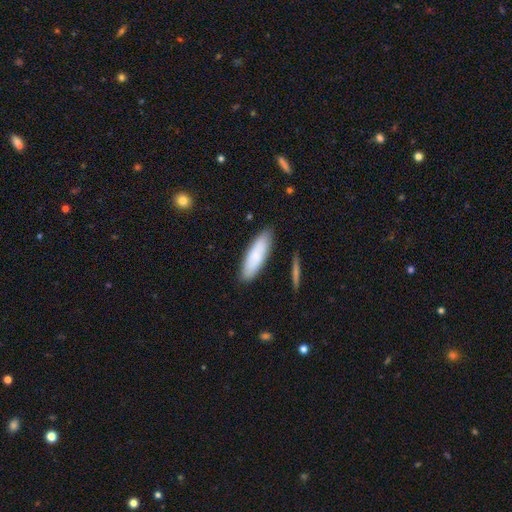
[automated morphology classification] smooth_or_featured: smooth (p=0.80) [alt: featured or disk p=0.14]
how_rounded: in between (p=0.50) [alt: cigar-shaped p=0.49]
merging: none (p=0.84) [alt: minor disturbance p=0.11]